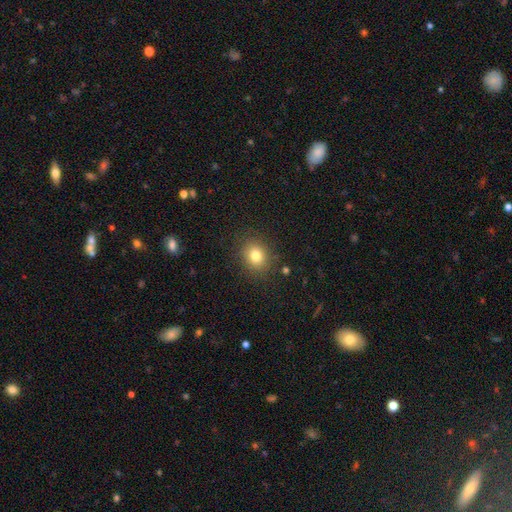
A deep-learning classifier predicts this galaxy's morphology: Smooth or featured: smooth — 79% (star or artifact — 12%)
How rounded: round — 72% (in between — 27%)
Merging: none — 87% (minor disturbance — 9%)